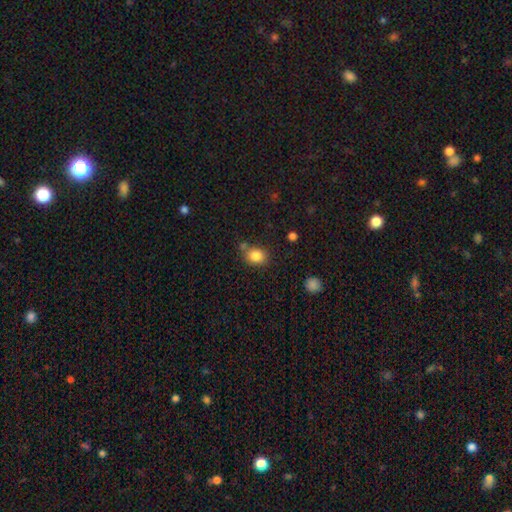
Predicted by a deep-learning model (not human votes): The model was most divided on "how rounded": in between: 51%, round: 48%, cigar-shaped: 1%. More confident: smooth or featured — smooth (84%); merging — none (68%).